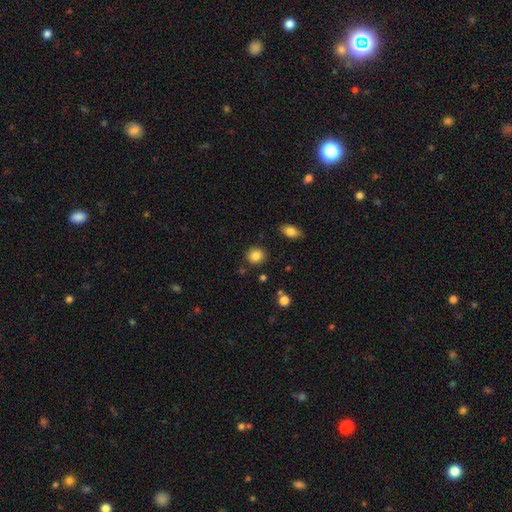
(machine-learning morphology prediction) This is clearly a smooth galaxy (86%). How rounded: likely round (80%). Merging: clearly none (86%).